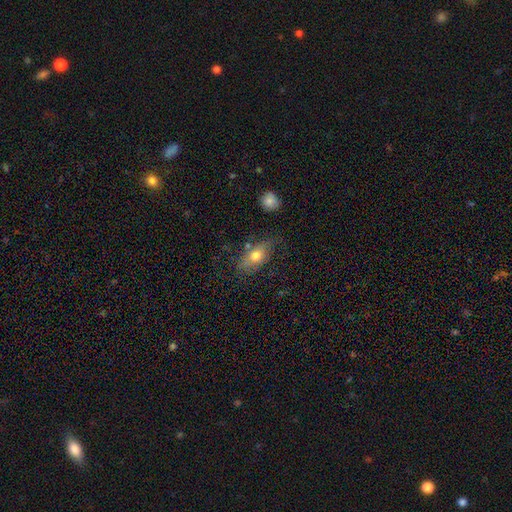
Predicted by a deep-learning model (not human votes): A smooth galaxy with no disk features (68%) that is in between round and cigar-shaped (84%). Merging: none (64%).